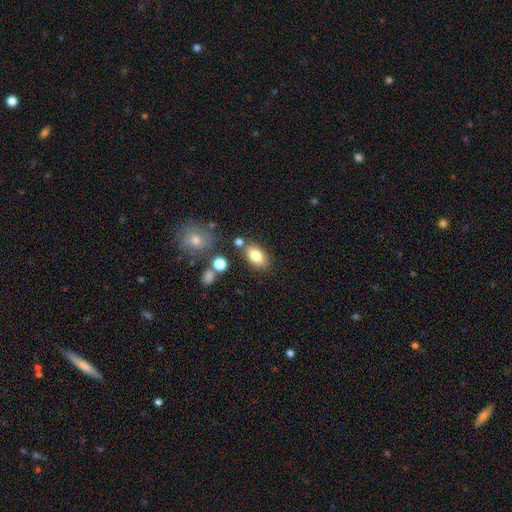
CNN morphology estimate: Smooth or featured: smooth — 79% (featured or disk — 12%)
How rounded: in between — 87% (round — 10%)
Merging: none — 76% (minor disturbance — 12%)